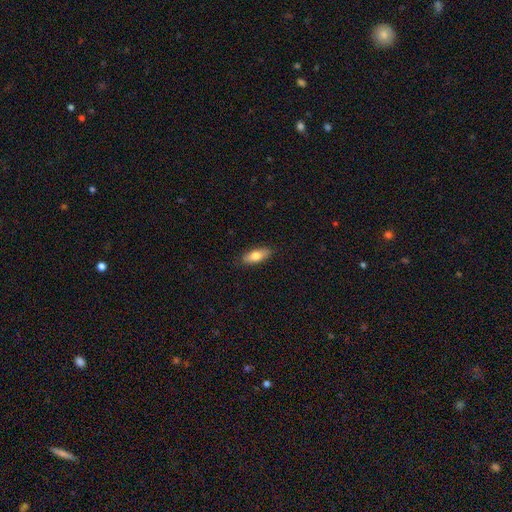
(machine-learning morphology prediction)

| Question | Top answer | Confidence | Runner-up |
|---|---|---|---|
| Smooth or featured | smooth | 75% | featured or disk (19%) |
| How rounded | in between | 72% | cigar-shaped (26%) |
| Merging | none | 86% | minor disturbance (11%) |